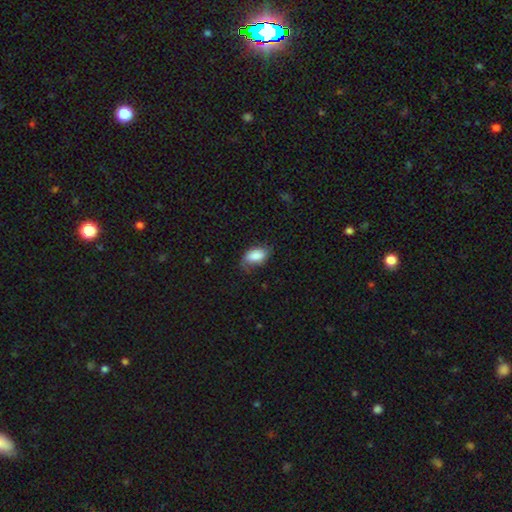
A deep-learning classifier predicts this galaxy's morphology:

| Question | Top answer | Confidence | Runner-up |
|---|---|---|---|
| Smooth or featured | smooth | 82% | featured or disk (10%) |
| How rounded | in between | 91% | round (6%) |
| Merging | none | 56% | minor disturbance (32%) |